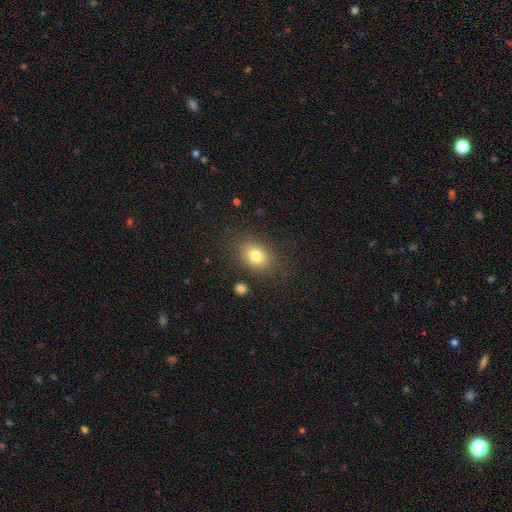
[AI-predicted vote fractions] Smooth or featured? smooth (80%)
How rounded? in between (67%)
Merging? none (83%)